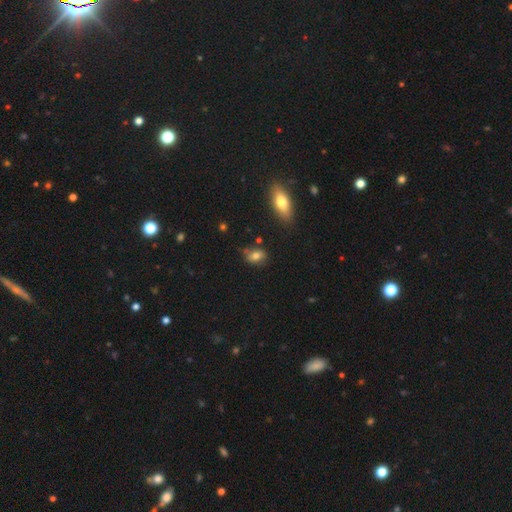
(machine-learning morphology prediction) A smooth galaxy with no disk features (73%) that is in between round and cigar-shaped (74%).

Vote fractions:
- Smooth or featured? smooth: 73% / featured or disk: 17% / star or artifact: 11%
- How rounded? in between: 74% / round: 23% / cigar-shaped: 3%
- Merging? none: 65% / minor disturbance: 24% / major disturbance: 6% / merger: 5%